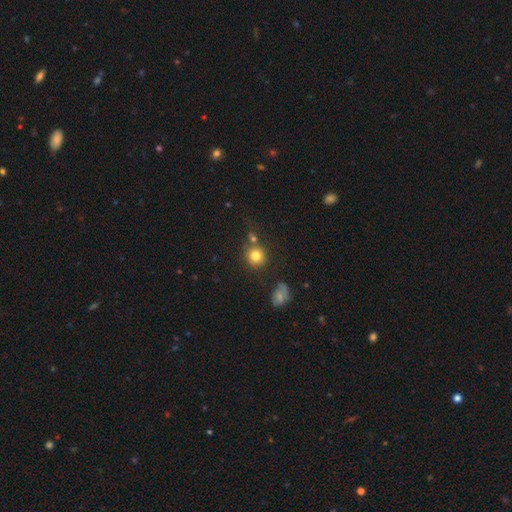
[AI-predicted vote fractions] Overall: smooth (79%). How rounded: round (89%). Merging: none (70%).